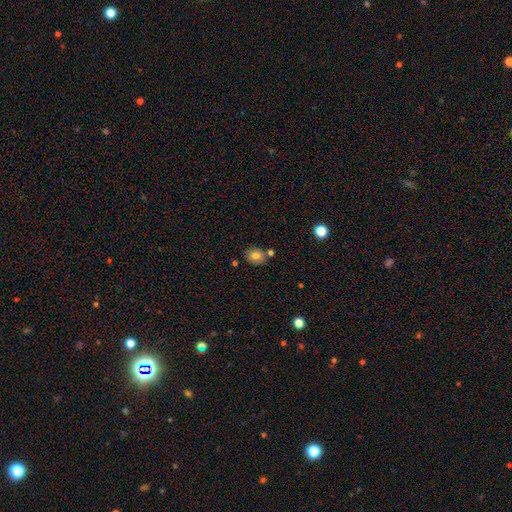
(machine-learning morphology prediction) smooth_or_featured: smooth (p=0.77) [alt: featured or disk p=0.12]
how_rounded: round (p=0.61) [alt: in between p=0.38]
merging: none (p=0.73) [alt: minor disturbance p=0.13]